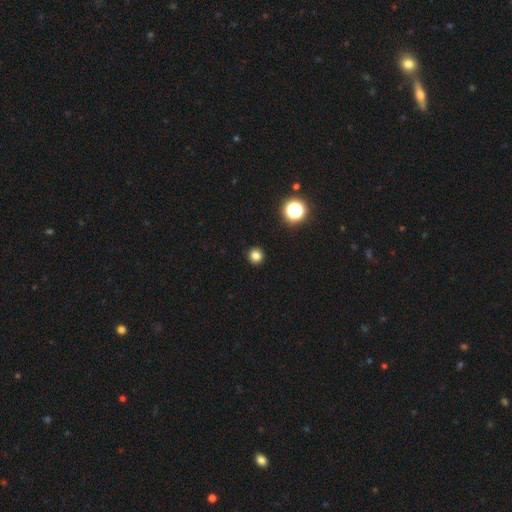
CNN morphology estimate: Smooth or featured? smooth (81%)
How rounded? round (93%)
Merging? none (93%)